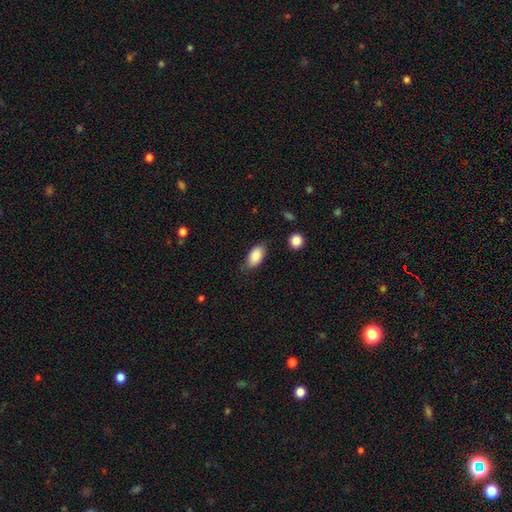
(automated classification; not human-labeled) A smooth galaxy with no disk features (87%) that is in between round and cigar-shaped (91%).

Vote fractions:
- Smooth or featured? smooth: 87% / star or artifact: 7% / featured or disk: 7%
- How rounded? in between: 91% / round: 5% / cigar-shaped: 4%
- Merging? none: 74% / minor disturbance: 19% / major disturbance: 5% / merger: 2%